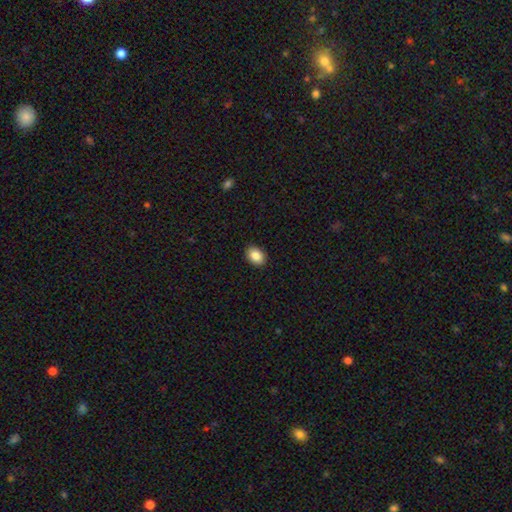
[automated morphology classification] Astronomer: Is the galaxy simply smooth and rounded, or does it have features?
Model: smooth — 88%.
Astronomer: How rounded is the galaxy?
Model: in between — 77%.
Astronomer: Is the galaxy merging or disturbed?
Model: none — 91%.